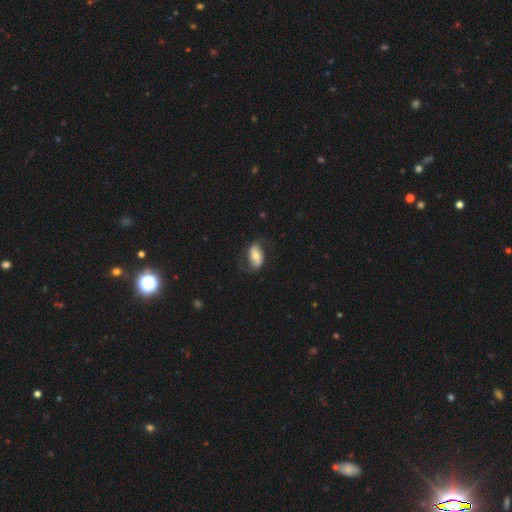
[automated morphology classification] Smooth or featured: featured or disk — 51% (smooth — 43%)
Edge-on disk: no — 93% (yes — 7%)
Merging: none — 64% (minor disturbance — 21%)